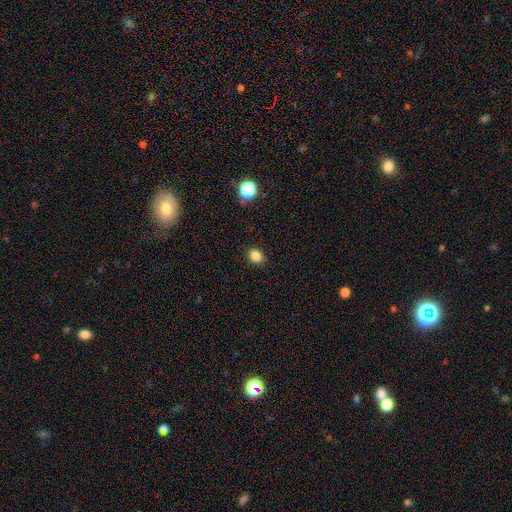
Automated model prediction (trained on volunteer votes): Smooth or featured: smooth — 83% (star or artifact — 12%)
How rounded: round — 62% (in between — 37%)
Merging: none — 90% (minor disturbance — 7%)